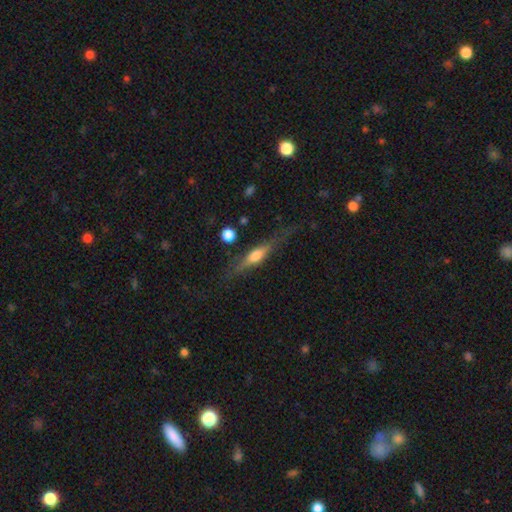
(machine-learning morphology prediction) smooth_or_featured: featured or disk (p=0.62) [alt: smooth p=0.31]
disk_edge_on: yes (p=0.94) [alt: no p=0.06]
edge_on_bulge: rounded (p=0.82) [alt: boxy p=0.12]
merging: none (p=0.72) [alt: minor disturbance p=0.18]